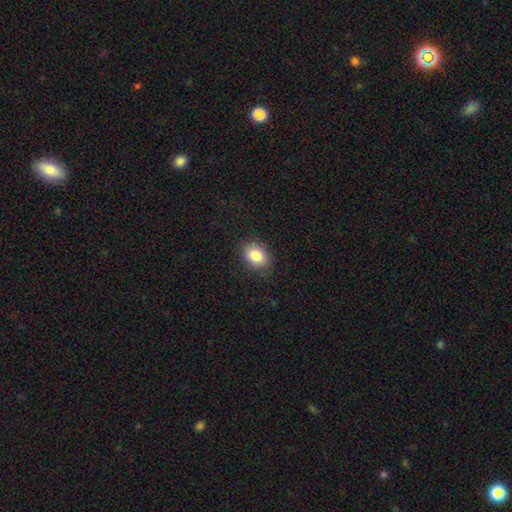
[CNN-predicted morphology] smooth 85%, star or artifact 8%, featured or disk 7%. Down the decision tree: how rounded — in between (71%); merging — none (84%).